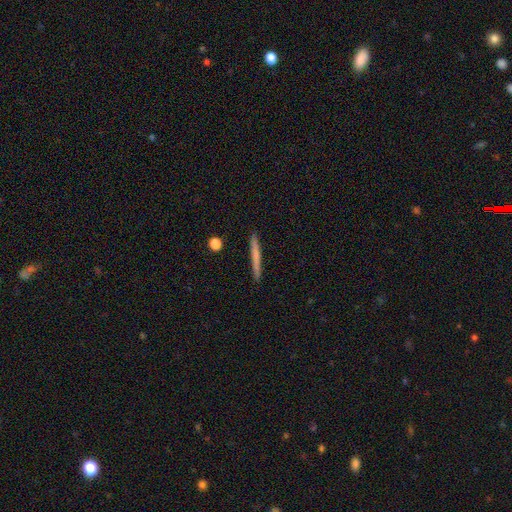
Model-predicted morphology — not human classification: smooth-or-featured: smooth: 64% | featured or disk: 30% | star or artifact: 6%
  how-rounded: cigar-shaped: 97% | in between: 2% | round: 1%
  merging: none: 92% | minor disturbance: 5% | merger: 1% | major disturbance: 1%